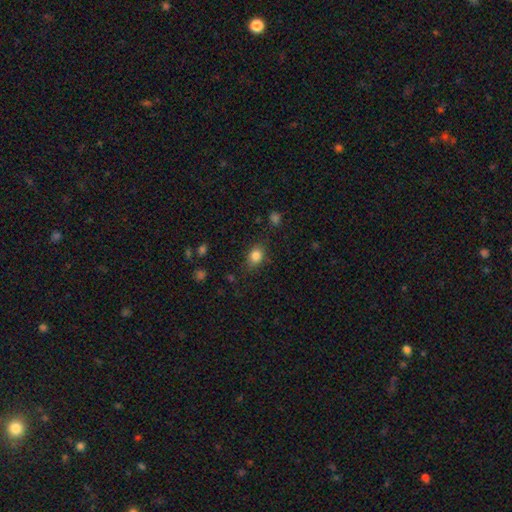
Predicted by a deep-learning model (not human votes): The model was most divided on "how rounded": in between: 65%, round: 33%, cigar-shaped: 2%. More confident: smooth or featured — smooth (83%); merging — none (80%).